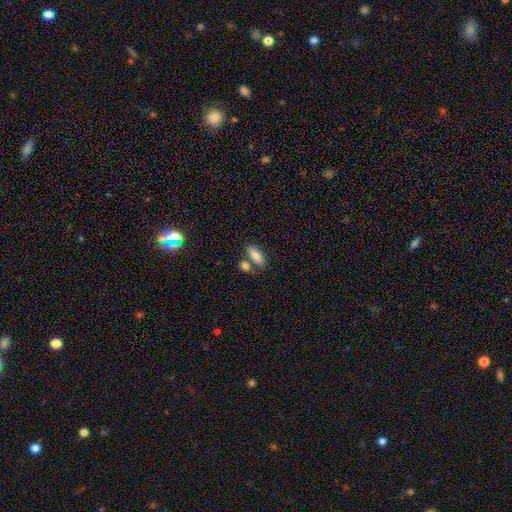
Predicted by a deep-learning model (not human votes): Morphology: type=smooth (85%); roundness=in between (83%); merging=none (57%).